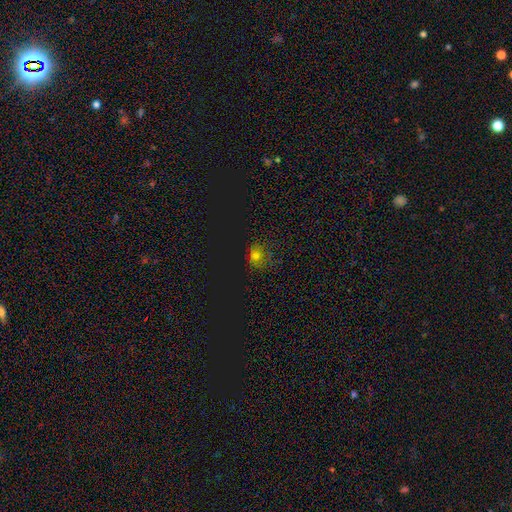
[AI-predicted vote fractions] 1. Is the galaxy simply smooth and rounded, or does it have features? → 59% smooth, 33% star or artifact, 8% featured or disk.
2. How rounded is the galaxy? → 75% round, 23% in between, 1% cigar-shaped.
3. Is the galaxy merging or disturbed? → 73% none, 17% minor disturbance, 7% major disturbance, 2% merger.